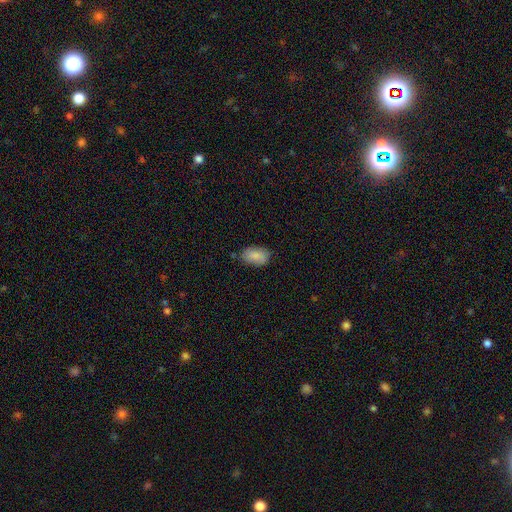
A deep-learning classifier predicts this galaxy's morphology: type=smooth (85%); roundness=in between (92%); merging=none (75%).